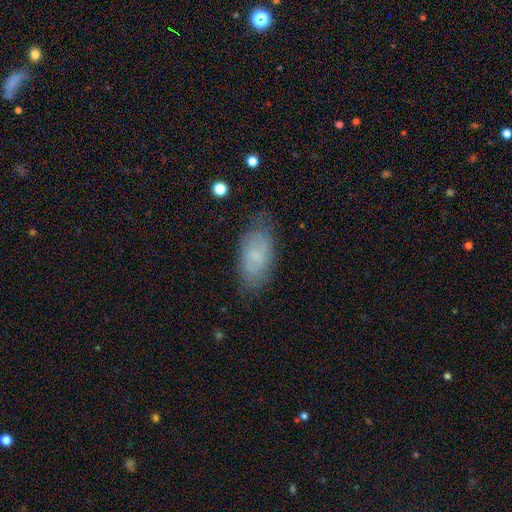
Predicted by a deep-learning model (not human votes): Smooth or featured? smooth (67%)
How rounded? in between (91%)
Merging? none (76%)